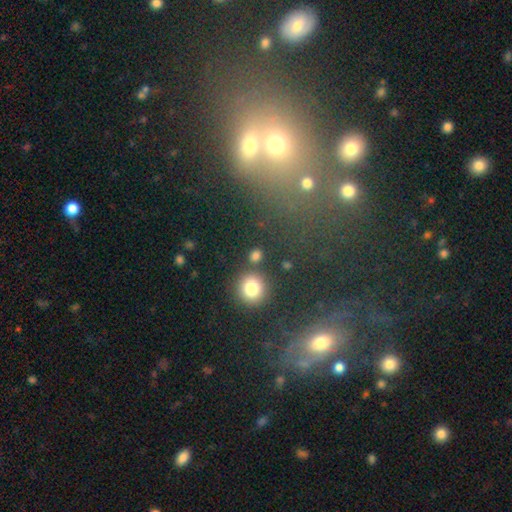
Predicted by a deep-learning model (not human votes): Morphology: type=smooth (79%); roundness=round (84%); merging=none (80%).